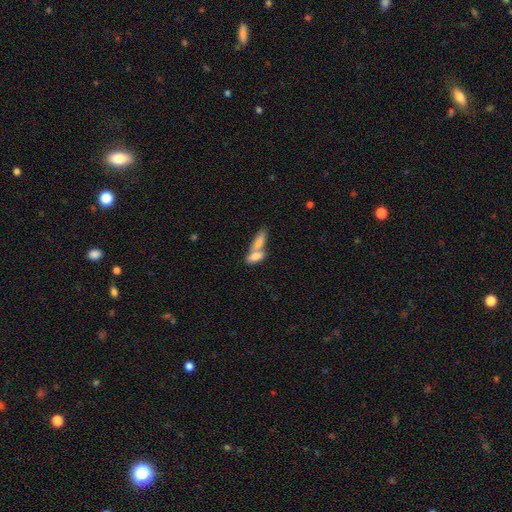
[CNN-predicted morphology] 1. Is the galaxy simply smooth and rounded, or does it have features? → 79% smooth, 14% featured or disk, 7% star or artifact.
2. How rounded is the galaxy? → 79% in between, 17% cigar-shaped, 4% round.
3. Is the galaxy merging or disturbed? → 68% merger, 22% none, 6% minor disturbance, 3% major disturbance.